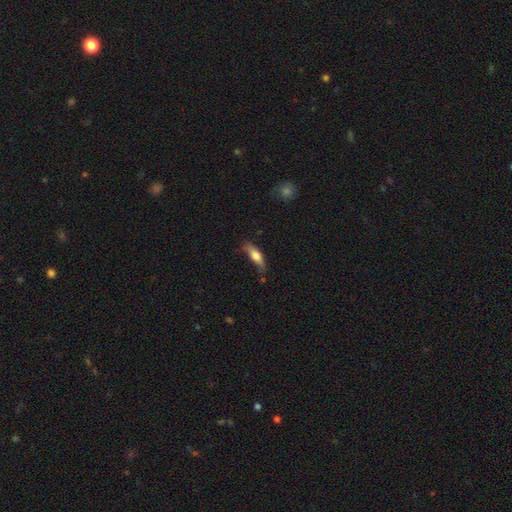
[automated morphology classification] Smooth or featured? Predicted: smooth (p=0.66). How rounded? Predicted: cigar-shaped (p=0.51). Merging? Predicted: none (p=0.56).